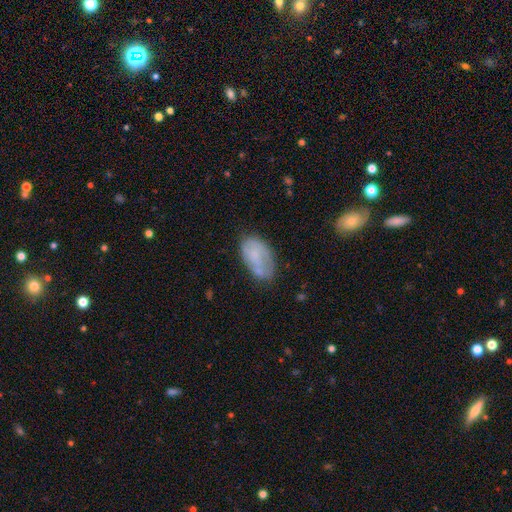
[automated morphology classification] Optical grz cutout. It shows a smooth galaxy with no disk features (62%) that is in between round and cigar-shaped (93%). Merging: none (54%).